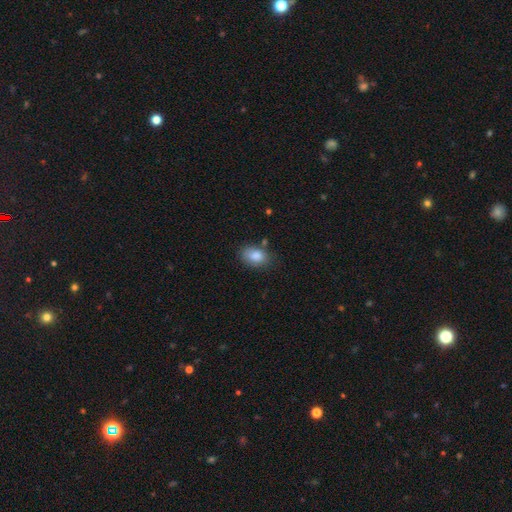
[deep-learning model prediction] A smooth galaxy with no disk features (85%) that is in between round and cigar-shaped (82%).

Vote fractions:
- Smooth or featured? smooth: 85% / star or artifact: 8% / featured or disk: 7%
- How rounded? in between: 82% / round: 16% / cigar-shaped: 1%
- Merging? none: 70% / minor disturbance: 21% / major disturbance: 5% / merger: 5%